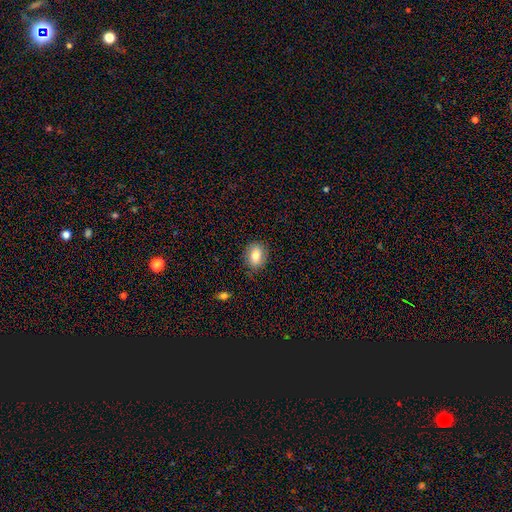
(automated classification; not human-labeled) Smooth or featured? Predicted: smooth (p=0.79). How rounded? Predicted: in between (p=0.65). Merging? Predicted: none (p=0.82).